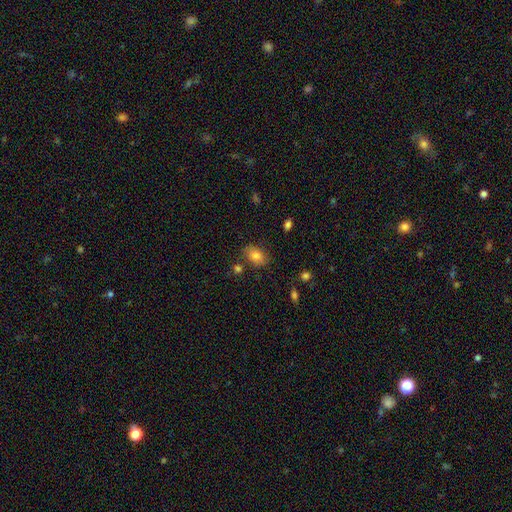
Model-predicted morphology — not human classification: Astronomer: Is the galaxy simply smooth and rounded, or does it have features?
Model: smooth — 80%.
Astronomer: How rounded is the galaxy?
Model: in between — 83%.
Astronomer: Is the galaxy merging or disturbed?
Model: none — 77%.